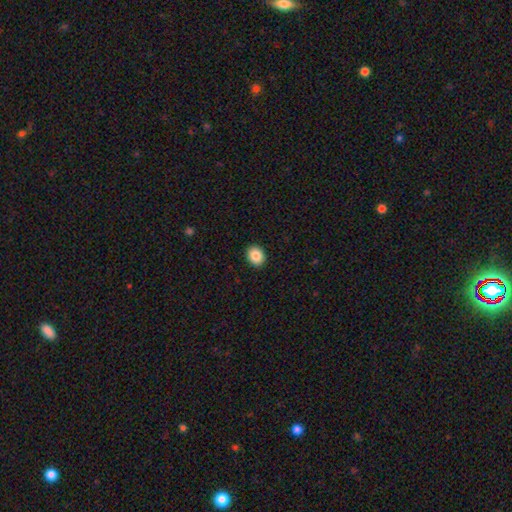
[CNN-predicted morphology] type=smooth (86%); roundness=round (52%); merging=none (92%).